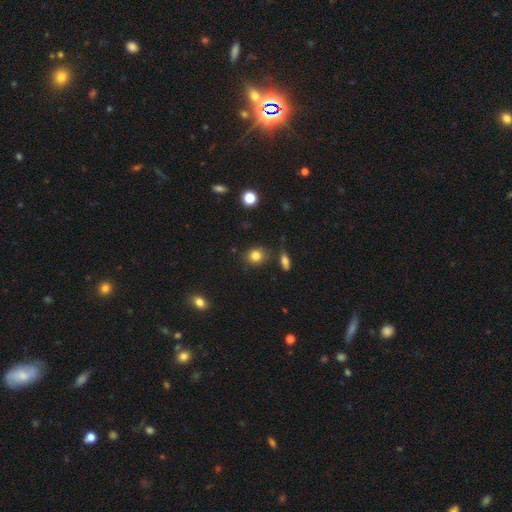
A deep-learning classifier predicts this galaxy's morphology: The model was most divided on "how rounded": round: 73%, in between: 26%, cigar-shaped: 1%. More confident: smooth or featured — smooth (82%); merging — none (80%).